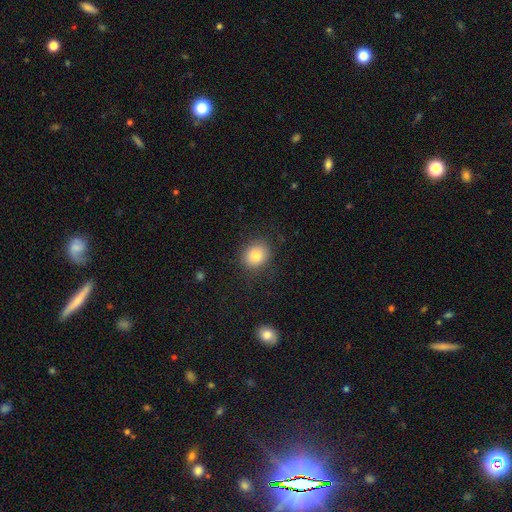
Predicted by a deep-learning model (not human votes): Smooth or featured: smooth — 82% (star or artifact — 10%)
How rounded: round — 67% (in between — 32%)
Merging: none — 84% (minor disturbance — 11%)